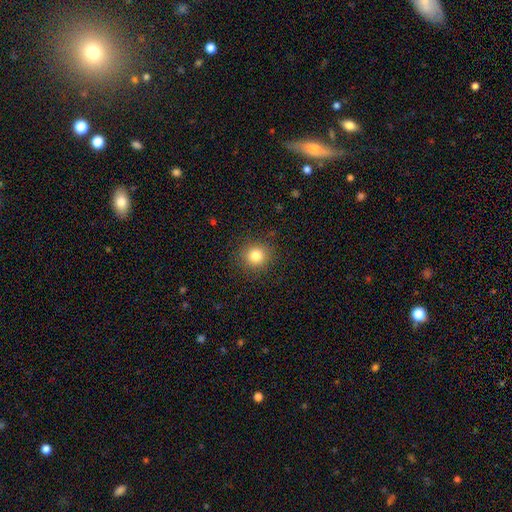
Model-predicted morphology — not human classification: A smooth galaxy with no disk features (81%) that is round (91%). Merging: none (90%).